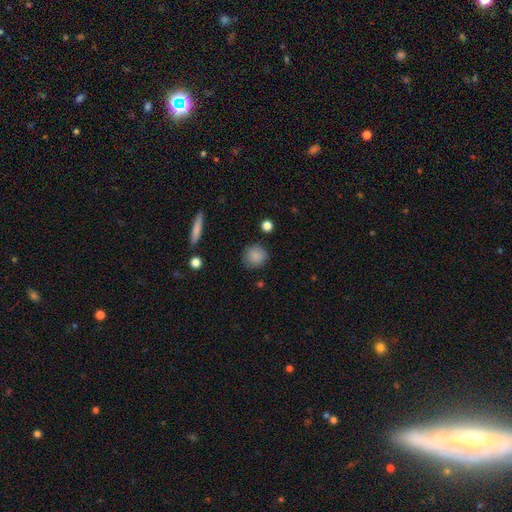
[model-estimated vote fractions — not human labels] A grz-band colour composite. It shows a smooth galaxy with no disk features (86%) that is round (88%). Merging: none (86%).